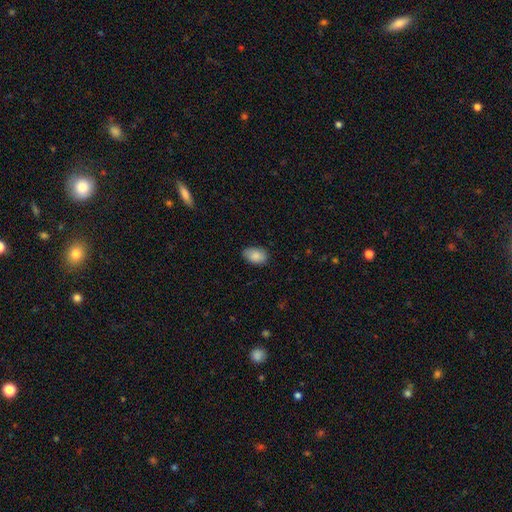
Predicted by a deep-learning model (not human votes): Smooth or featured: smooth — 86% (featured or disk — 7%)
How rounded: in between — 88% (round — 10%)
Merging: none — 80% (minor disturbance — 16%)